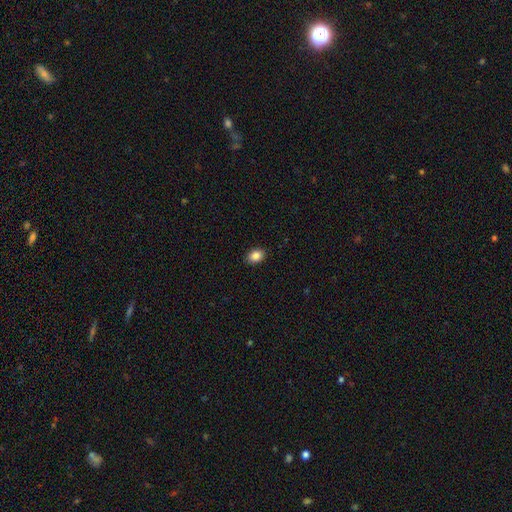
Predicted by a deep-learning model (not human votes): A smooth galaxy with no disk features (86%) that is in between round and cigar-shaped (69%). Merging: none (90%).